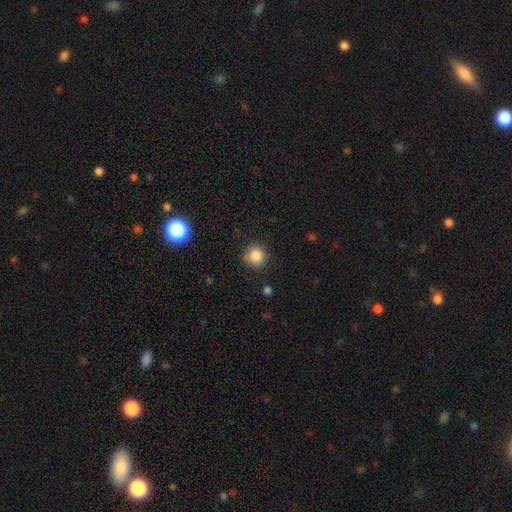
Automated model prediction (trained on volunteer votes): A smooth galaxy with no disk features (85%) that is round (92%). Merging: none (85%).